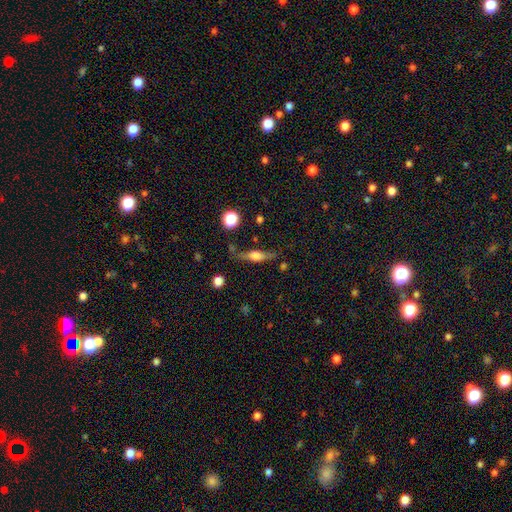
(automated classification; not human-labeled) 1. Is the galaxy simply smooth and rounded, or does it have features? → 52% featured or disk, 39% smooth, 9% star or artifact.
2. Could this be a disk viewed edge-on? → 89% yes, 11% no.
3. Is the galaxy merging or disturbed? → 69% none, 19% minor disturbance, 7% major disturbance, 5% merger.